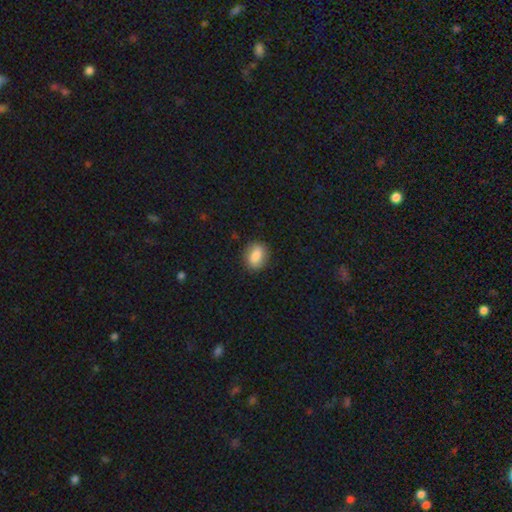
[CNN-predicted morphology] smooth_or_featured: smooth (p=0.84) [alt: featured or disk p=0.08]
how_rounded: in between (p=0.67) [alt: round p=0.31]
merging: none (p=0.85) [alt: minor disturbance p=0.11]